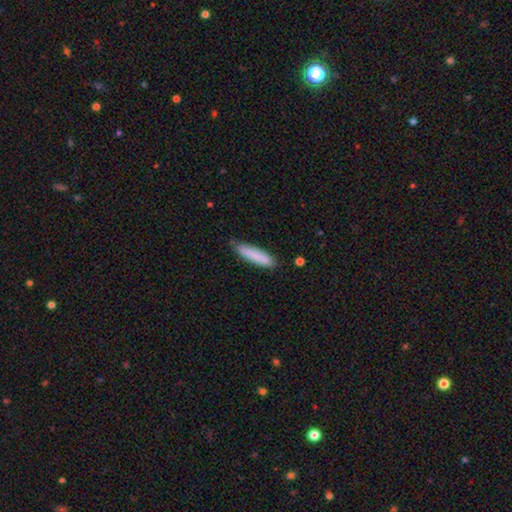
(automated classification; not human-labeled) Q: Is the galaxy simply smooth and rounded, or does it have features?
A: smooth — 84%.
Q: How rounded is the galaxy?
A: cigar-shaped — 79%.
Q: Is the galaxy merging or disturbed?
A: none — 77%.